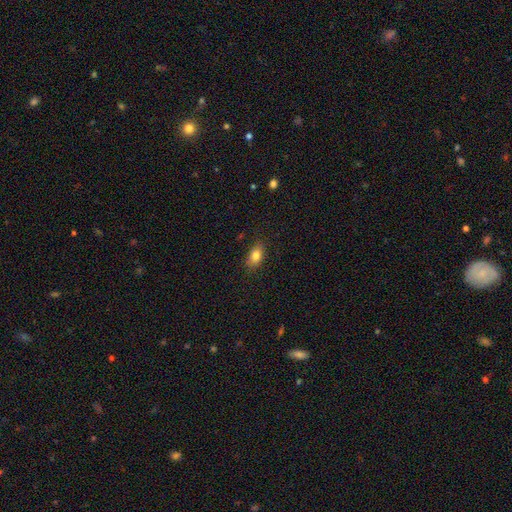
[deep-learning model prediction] Smooth or featured?
  - smooth: 82% *
  - featured or disk: 9%
  - star or artifact: 9%
How rounded?
  - in between: 85% *
  - round: 11%
  - cigar-shaped: 4%
Merging?
  - none: 83% *
  - minor disturbance: 13%
  - major disturbance: 3%
  - merger: 1%